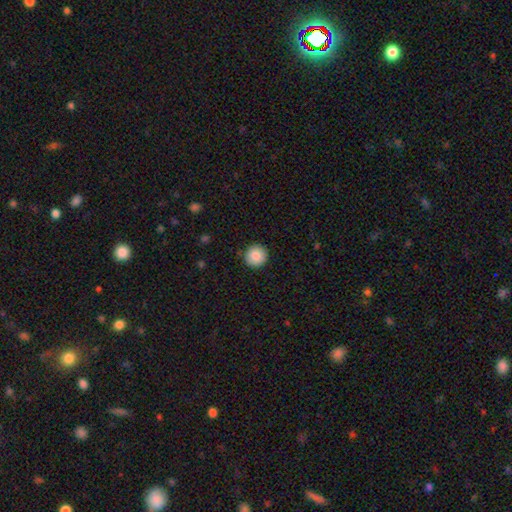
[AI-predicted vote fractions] This is clearly a smooth galaxy (86%). How rounded: clearly round (95%). Merging: clearly none (92%).